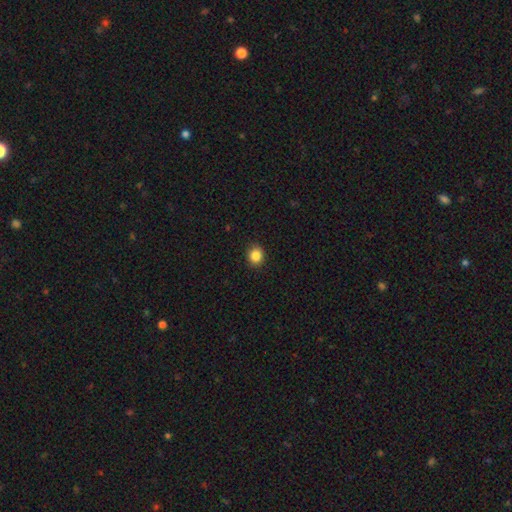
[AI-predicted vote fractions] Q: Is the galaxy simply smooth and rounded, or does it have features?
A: smooth — 86%.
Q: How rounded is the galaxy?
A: round — 78%.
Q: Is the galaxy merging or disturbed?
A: none — 92%.